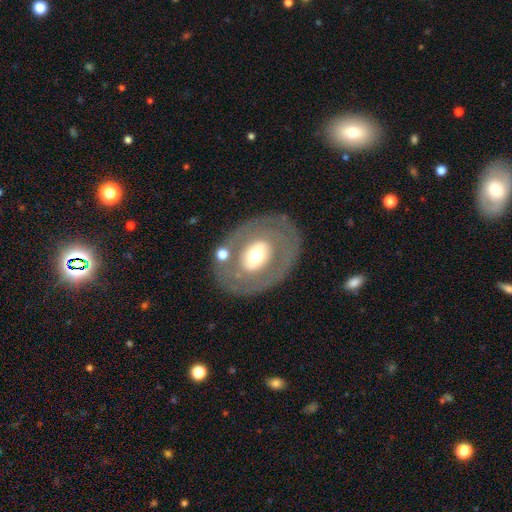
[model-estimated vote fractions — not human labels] This appears to be a featured or disk galaxy (61%) with no bar (55%), no spiral arms (81%) and a moderate central bulge (60%). Merging: none (74%).